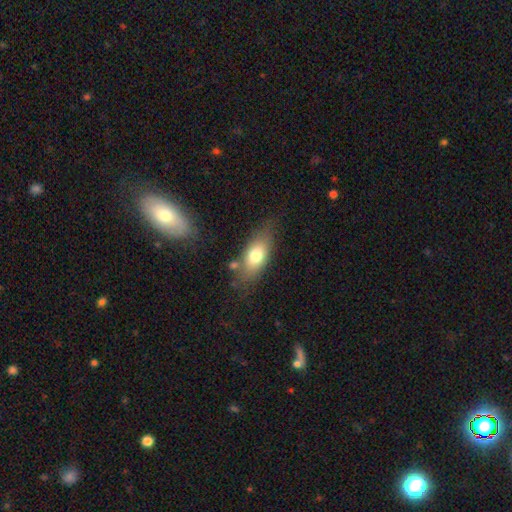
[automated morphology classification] Smooth or featured: smooth — 73% (featured or disk — 20%)
How rounded: in between — 83% (cigar-shaped — 10%)
Merging: none — 68% (minor disturbance — 19%)